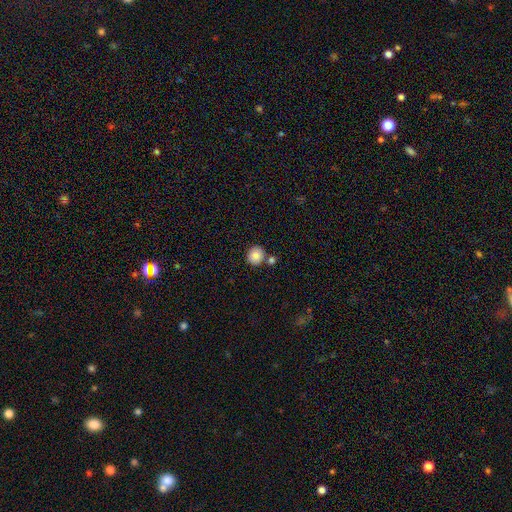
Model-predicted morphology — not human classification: type=smooth (85%); roundness=round (86%); merging=none (75%).